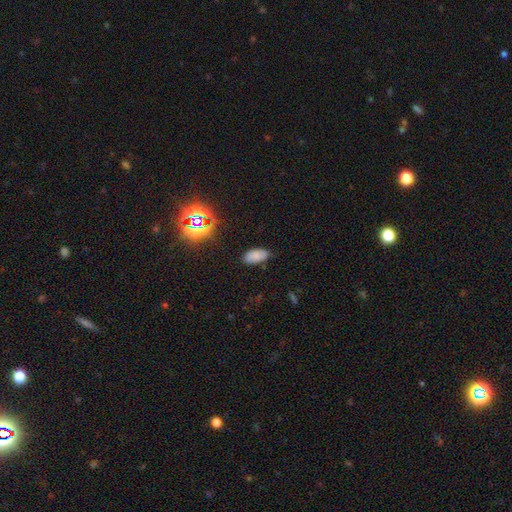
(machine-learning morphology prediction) smooth 76%, star or artifact 15%, featured or disk 9%. Down the decision tree: how rounded — in between (94%); merging — none (79%).